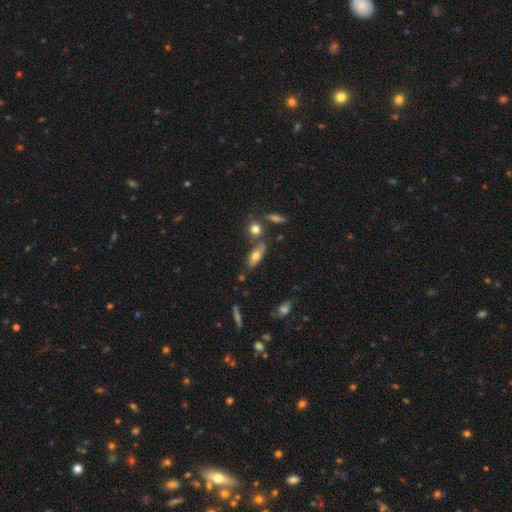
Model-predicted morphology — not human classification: smooth 67%, featured or disk 24%, star or artifact 9%. Down the decision tree: how rounded — in between (66%); merging — none (65%).